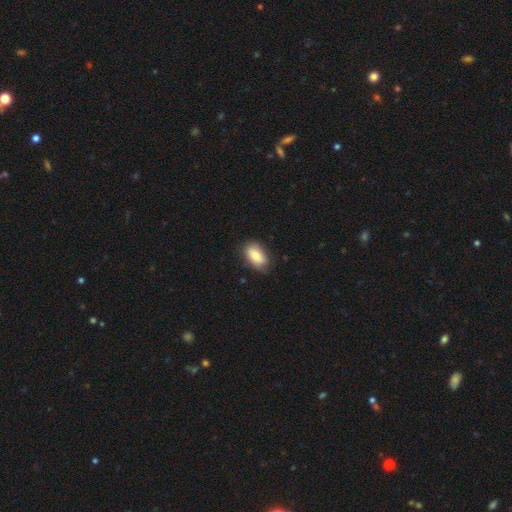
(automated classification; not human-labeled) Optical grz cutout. It shows a smooth galaxy with no disk features (80%) that is in between round and cigar-shaped (91%). Merging: none (80%).